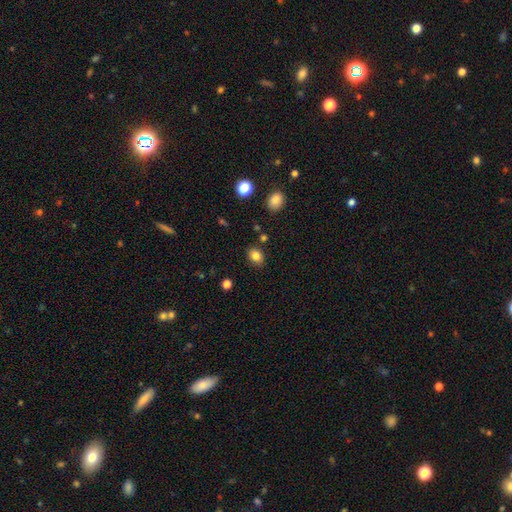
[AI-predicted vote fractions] Smooth or featured? Predicted: smooth (p=0.83). How rounded? Predicted: in between (p=0.61). Merging? Predicted: none (p=0.84).